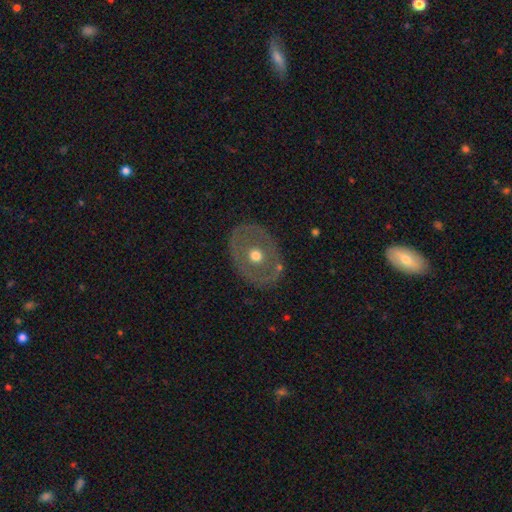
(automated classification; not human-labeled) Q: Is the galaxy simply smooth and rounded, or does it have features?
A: featured or disk — 56%.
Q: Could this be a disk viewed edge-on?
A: no — 93%.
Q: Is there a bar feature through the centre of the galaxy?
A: no — 91%.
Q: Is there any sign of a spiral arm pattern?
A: no — 89%.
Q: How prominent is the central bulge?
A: moderate — 78%.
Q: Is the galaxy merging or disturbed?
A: none — 81%.